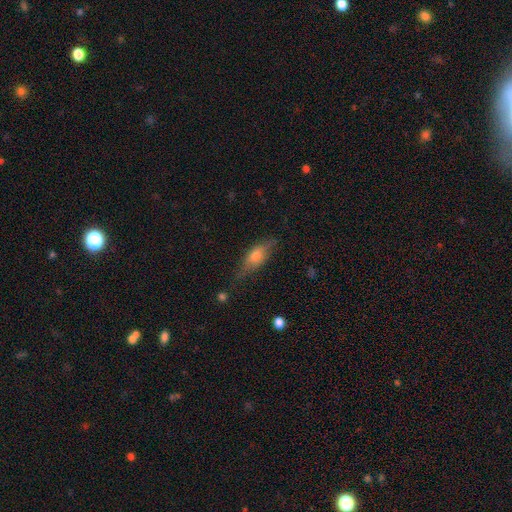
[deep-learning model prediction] A smooth galaxy with no disk features (56%) that is in between round and cigar-shaped (60%). Merging: none (68%).